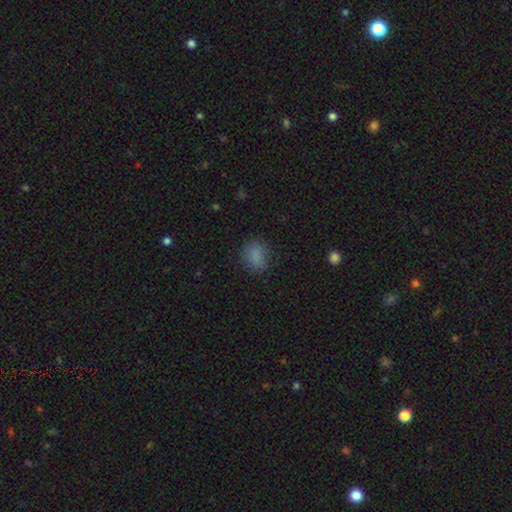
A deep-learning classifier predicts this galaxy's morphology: smooth-or-featured: smooth: 83% | star or artifact: 12% | featured or disk: 5%
  how-rounded: round: 63% | in between: 36% | cigar-shaped: 1%
  merging: none: 80% | minor disturbance: 14% | major disturbance: 4% | merger: 1%